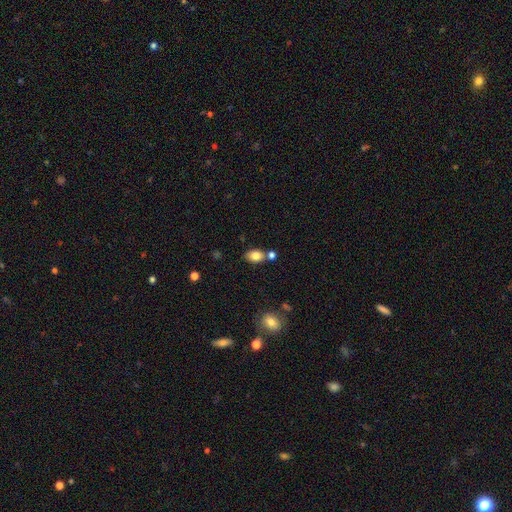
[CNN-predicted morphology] A smooth galaxy with no disk features (82%) that is in between round and cigar-shaped (82%). Merging: none (67%).